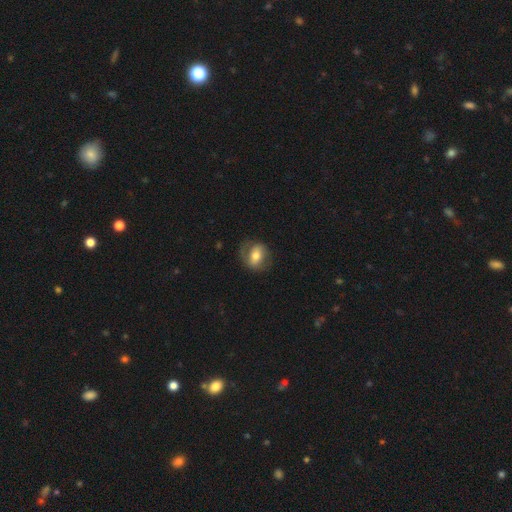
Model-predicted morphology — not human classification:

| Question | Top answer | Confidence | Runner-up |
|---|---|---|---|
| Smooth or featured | smooth | 54% | featured or disk (38%) |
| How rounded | in between | 56% | round (43%) |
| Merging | none | 67% | minor disturbance (19%) |